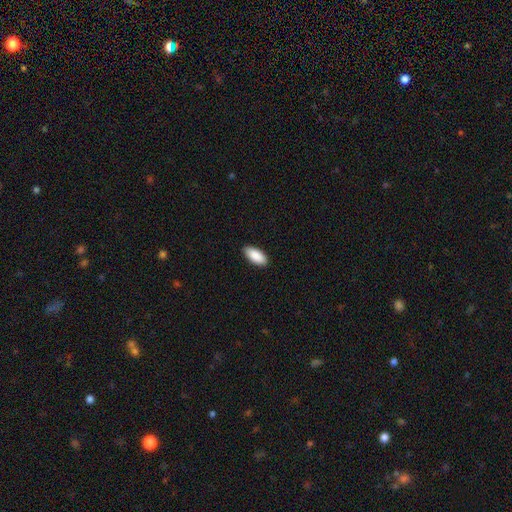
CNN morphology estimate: Smooth or featured?
  - smooth: 90% *
  - star or artifact: 6%
  - featured or disk: 4%
How rounded?
  - in between: 91% *
  - cigar-shaped: 8%
  - round: 2%
Merging?
  - none: 90% *
  - minor disturbance: 8%
  - major disturbance: 2%
  - merger: 1%